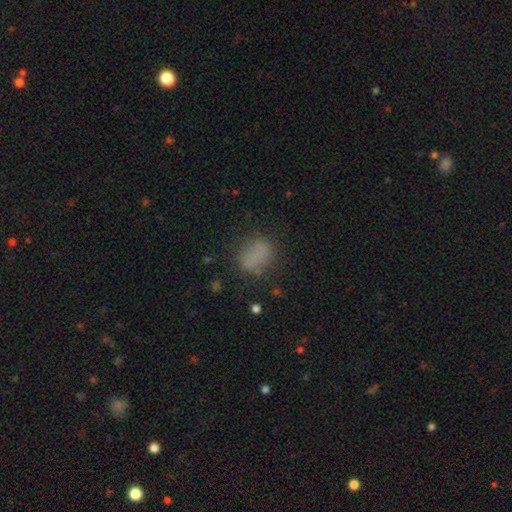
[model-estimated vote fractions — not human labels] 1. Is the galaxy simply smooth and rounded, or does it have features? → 75% smooth, 13% star or artifact, 12% featured or disk.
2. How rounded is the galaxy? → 70% in between, 27% round, 3% cigar-shaped.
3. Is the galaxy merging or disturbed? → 67% none, 19% minor disturbance, 10% major disturbance, 4% merger.